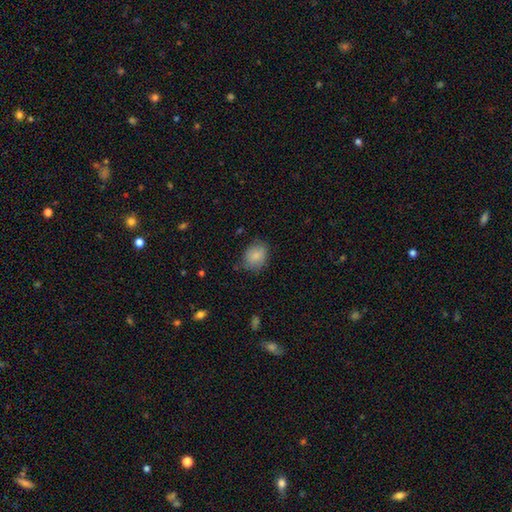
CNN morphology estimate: Q: Smooth or featured?
A: smooth (84%); runner-up: featured or disk (8%)
Q: How rounded?
A: round (50%); runner-up: in between (49%)
Q: Merging?
A: none (72%); runner-up: minor disturbance (22%)